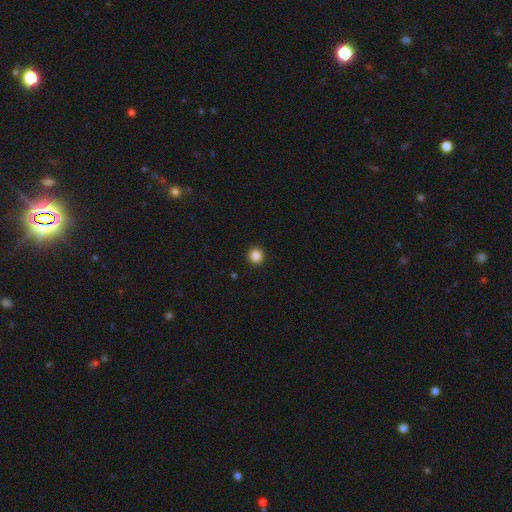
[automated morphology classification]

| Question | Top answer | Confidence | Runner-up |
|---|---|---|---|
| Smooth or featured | smooth | 86% | star or artifact (11%) |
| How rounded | round | 94% | in between (5%) |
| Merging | none | 93% | minor disturbance (4%) |